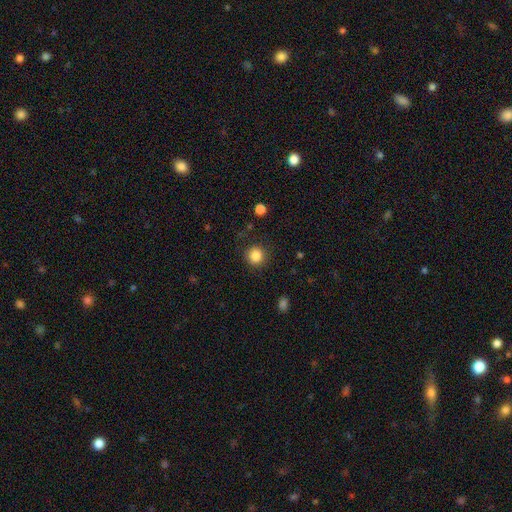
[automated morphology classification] Q: Smooth or featured?
A: smooth (85%); runner-up: star or artifact (11%)
Q: How rounded?
A: round (93%); runner-up: in between (6%)
Q: Merging?
A: none (88%); runner-up: minor disturbance (7%)